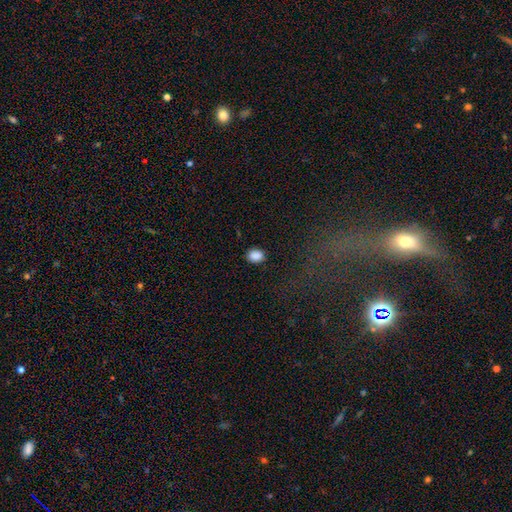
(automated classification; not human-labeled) The model was most divided on "how rounded": in between: 60%, round: 39%, cigar-shaped: 1%. More confident: smooth or featured — smooth (87%); merging — none (85%).